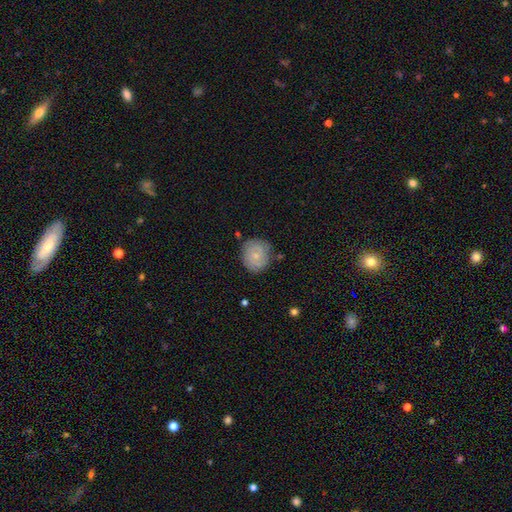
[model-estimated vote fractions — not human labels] Smooth or featured? Predicted: featured or disk (p=0.59). Edge-on disk? Predicted: no (p=0.98). Bar? Predicted: no (p=0.69). Spiral arms? Predicted: yes (p=0.86). Bulge size? Predicted: small (p=0.69). Merging? Predicted: none (p=0.78).